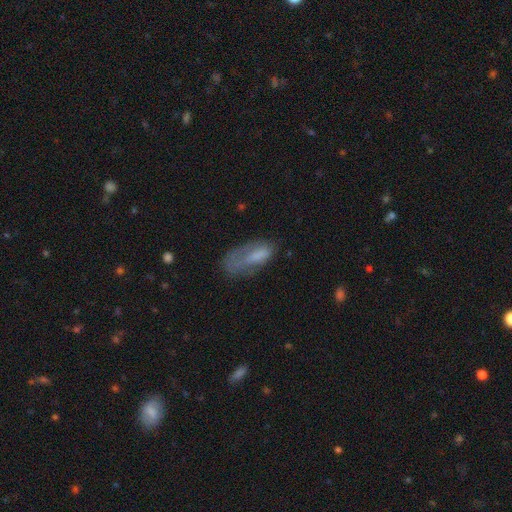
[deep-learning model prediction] Overall: smooth (63%; featured or disk 28%). How rounded: in between (73%). Merging: none (35%; major disturbance 33%).